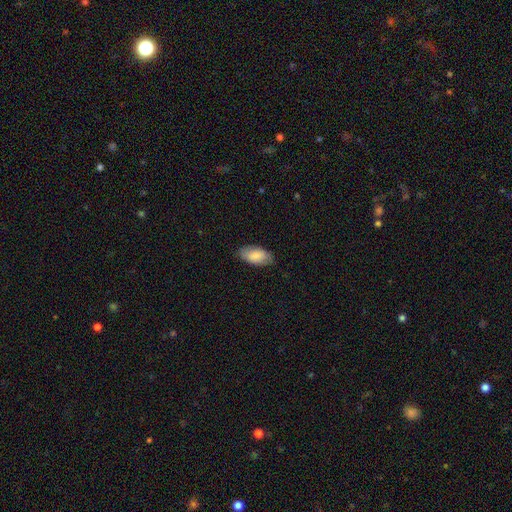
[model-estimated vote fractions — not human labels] Q: Smooth or featured?
A: smooth (83%); runner-up: featured or disk (11%)
Q: How rounded?
A: in between (93%); runner-up: cigar-shaped (4%)
Q: Merging?
A: none (83%); runner-up: minor disturbance (13%)